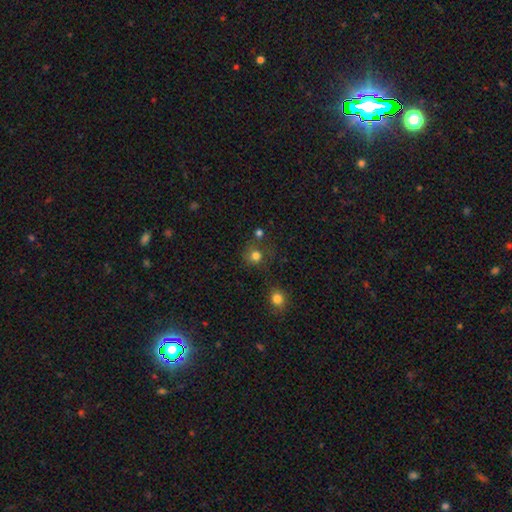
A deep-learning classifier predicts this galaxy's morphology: A smooth galaxy with no disk features (76%) that is round (86%).

Vote fractions:
- Smooth or featured? smooth: 76% / star or artifact: 16% / featured or disk: 8%
- How rounded? round: 86% / in between: 13% / cigar-shaped: 1%
- Merging? none: 65% / merger: 14% / minor disturbance: 14% / major disturbance: 8%